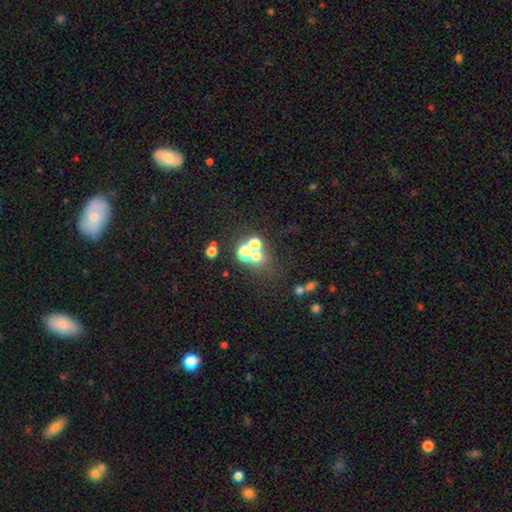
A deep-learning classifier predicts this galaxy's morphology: Smooth or featured? Predicted: smooth (p=0.53). How rounded? Predicted: round (p=0.81). Merging? Predicted: none (p=0.47).